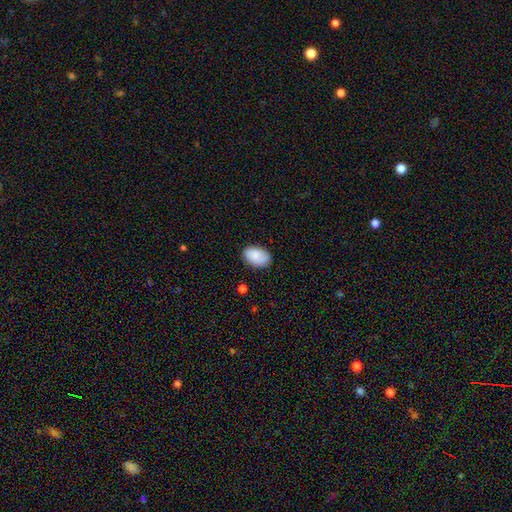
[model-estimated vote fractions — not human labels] smooth 86%, featured or disk 8%, star or artifact 6%. Down the decision tree: how rounded — in between (92%); merging — none (81%).